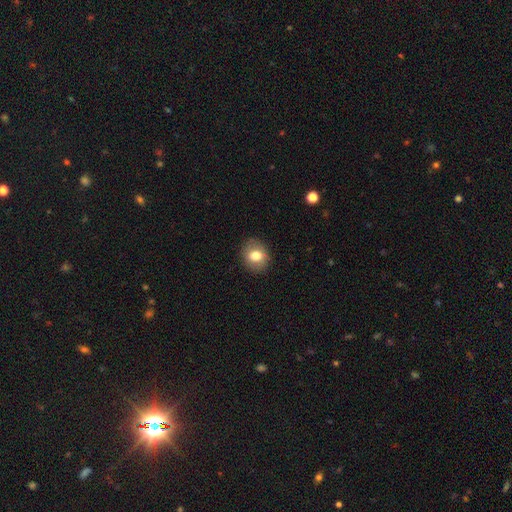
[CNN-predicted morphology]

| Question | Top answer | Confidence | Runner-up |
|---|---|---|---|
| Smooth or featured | smooth | 77% | featured or disk (15%) |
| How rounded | round | 64% | in between (35%) |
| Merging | none | 87% | minor disturbance (9%) |